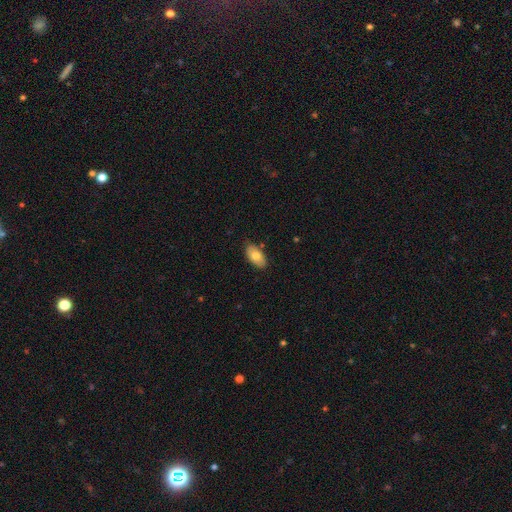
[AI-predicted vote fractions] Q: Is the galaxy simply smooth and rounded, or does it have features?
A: smooth — 75%.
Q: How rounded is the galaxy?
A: in between — 94%.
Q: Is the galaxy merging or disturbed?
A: none — 83%.